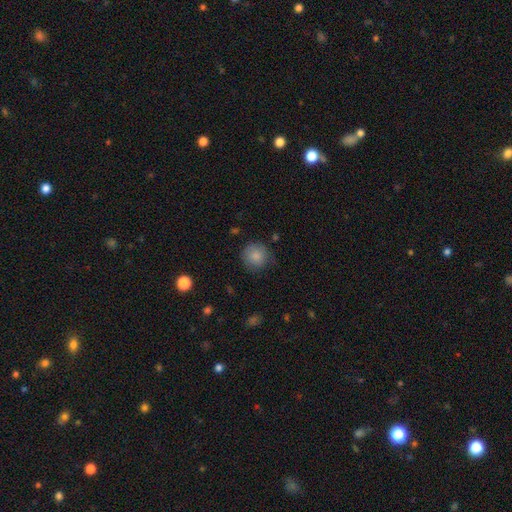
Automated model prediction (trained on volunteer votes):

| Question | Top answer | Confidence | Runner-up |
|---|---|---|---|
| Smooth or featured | smooth | 85% | star or artifact (8%) |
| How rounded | round | 92% | in between (7%) |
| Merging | none | 78% | minor disturbance (16%) |